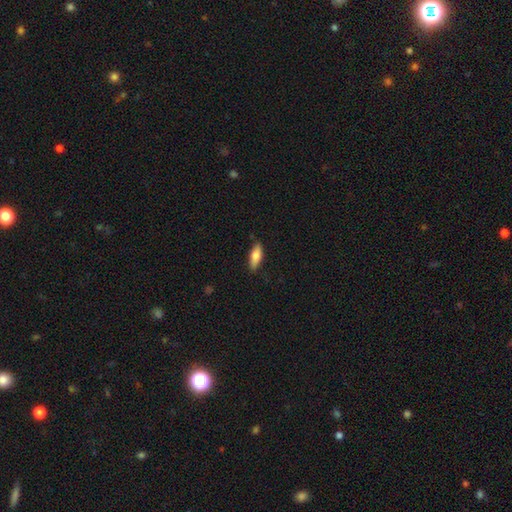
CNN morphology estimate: Q: Smooth or featured?
A: smooth (76%); runner-up: featured or disk (18%)
Q: How rounded?
A: in between (66%); runner-up: cigar-shaped (32%)
Q: Merging?
A: none (84%); runner-up: minor disturbance (13%)